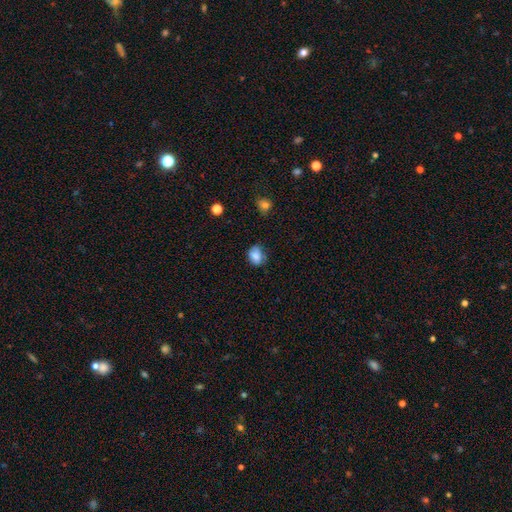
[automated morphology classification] smooth_or_featured: smooth (p=0.82) [alt: star or artifact p=0.09]
how_rounded: in between (p=0.60) [alt: round p=0.38]
merging: none (p=0.63) [alt: minor disturbance p=0.28]